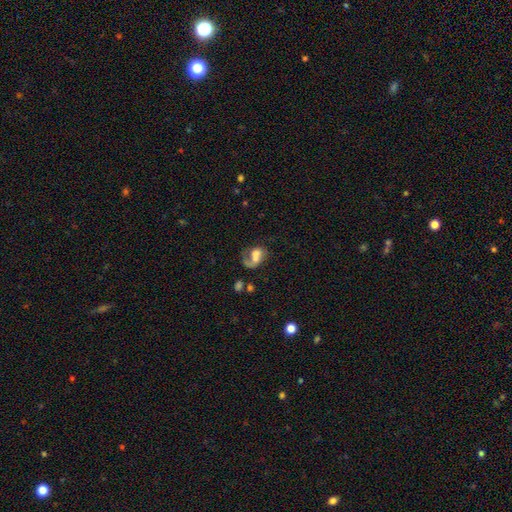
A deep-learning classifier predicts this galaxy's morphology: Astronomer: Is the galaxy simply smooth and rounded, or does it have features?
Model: featured or disk — 51% (runner-up: smooth, 39%).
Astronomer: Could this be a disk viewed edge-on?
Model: no — 97%.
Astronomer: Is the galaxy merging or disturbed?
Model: merger — 39% (runner-up: major disturbance, 28%).